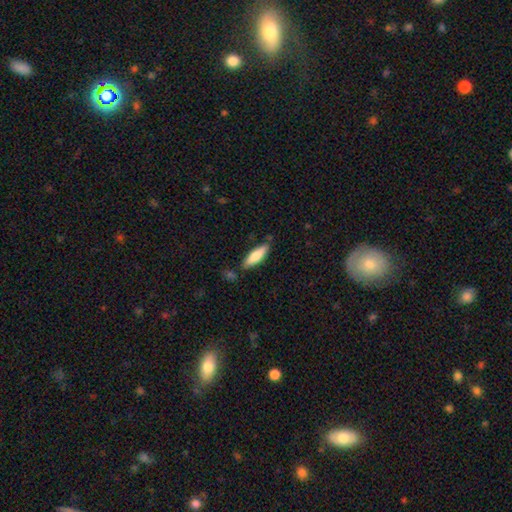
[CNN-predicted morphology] type=smooth (75%); roundness=cigar-shaped (56%); merging=none (78%).